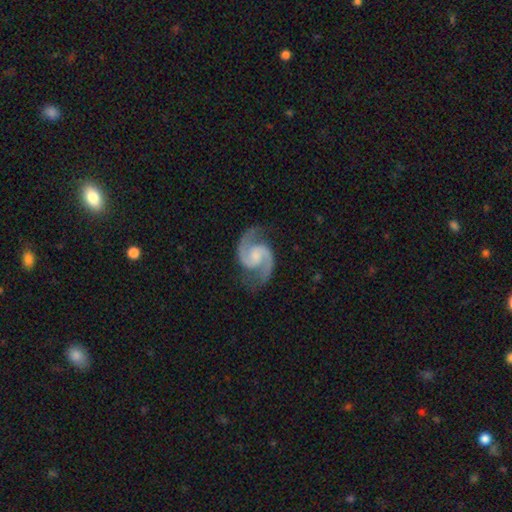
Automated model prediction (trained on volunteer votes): Smooth or featured: featured or disk — 93% (star or artifact — 4%)
Edge-on disk: no — 98% (yes — 2%)
Bar: no — 47% (weak — 43%)
Spiral arms: yes — 99% (no — 1%)
Spiral winding: medium — 65% (loose — 20%)
Spiral arm count: 2 — 95% (can't tell — 1%)
Bulge size: none — 36% (small — 29%)
Merging: none — 79% (minor disturbance — 15%)